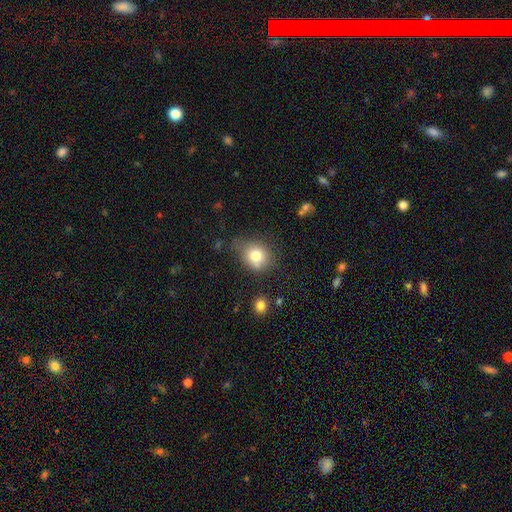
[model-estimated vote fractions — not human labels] smooth 78%, star or artifact 11%, featured or disk 11%. Down the decision tree: how rounded — round (67%); merging — none (56%).